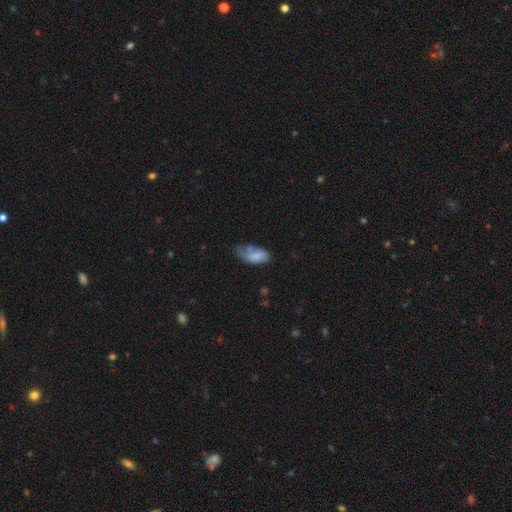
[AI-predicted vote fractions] A smooth galaxy with no disk features (72%) that is in between round and cigar-shaped (92%).

Vote fractions:
- Smooth or featured? smooth: 72% / featured or disk: 20% / star or artifact: 7%
- How rounded? in between: 92% / cigar-shaped: 4% / round: 3%
- Merging? minor disturbance: 35% / major disturbance: 29% / none: 29% / merger: 6%